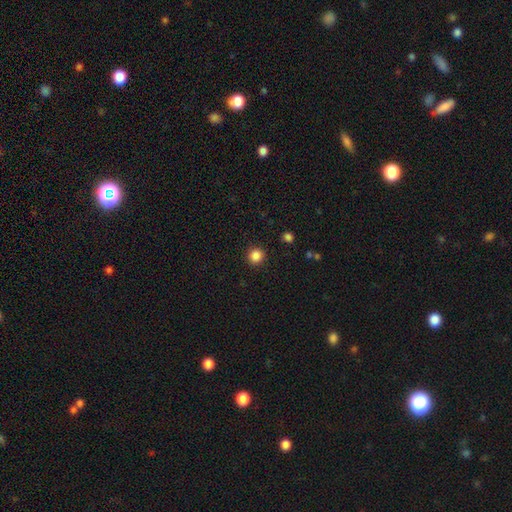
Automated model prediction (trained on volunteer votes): Morphology: type=smooth (86%); roundness=round (93%); merging=none (92%).